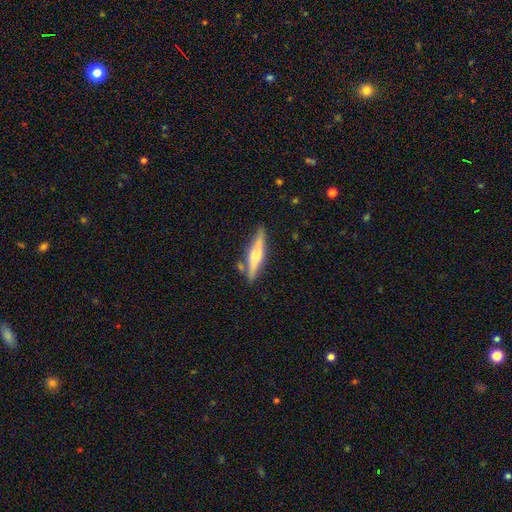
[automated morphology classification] Smooth or featured: featured or disk — 52% (smooth — 41%)
Edge-on disk: yes — 95% (no — 5%)
Merging: none — 79% (minor disturbance — 13%)